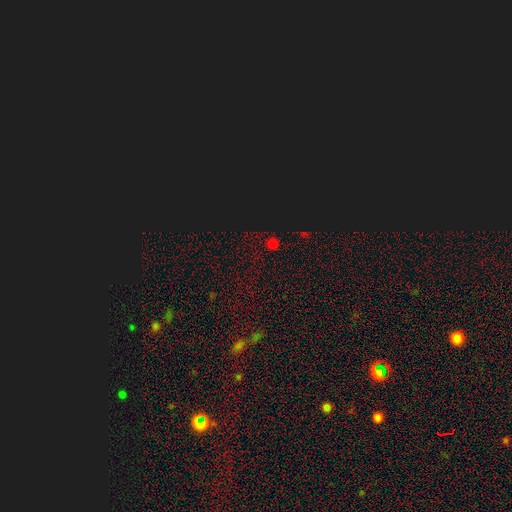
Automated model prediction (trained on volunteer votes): Smooth or featured: star or artifact — 68% (smooth — 26%)